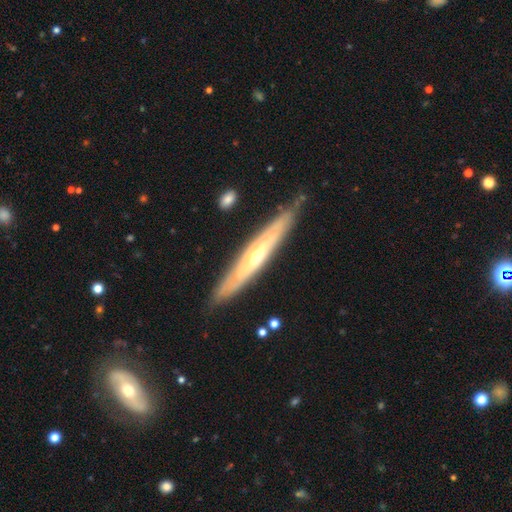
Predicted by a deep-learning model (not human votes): Overall: featured or disk (71%). Edge-on disk: yes (72%). Edge-on bulge: rounded (70%). Merging: none (81%).